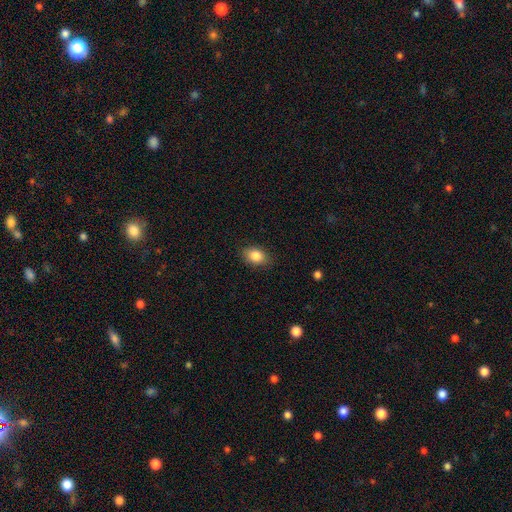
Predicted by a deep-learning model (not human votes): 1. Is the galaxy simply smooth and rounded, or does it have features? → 86% smooth, 8% star or artifact, 6% featured or disk.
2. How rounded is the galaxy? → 78% in between, 21% round, 1% cigar-shaped.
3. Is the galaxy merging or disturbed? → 86% none, 11% minor disturbance, 3% major disturbance, 1% merger.